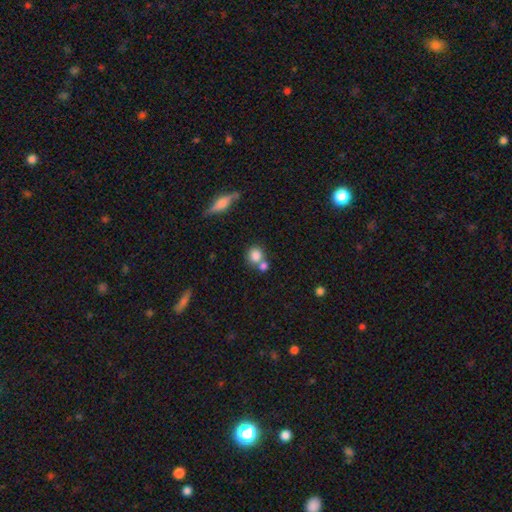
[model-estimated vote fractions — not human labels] Smooth or featured: smooth — 81% (star or artifact — 10%)
How rounded: round — 80% (in between — 19%)
Merging: none — 51% (merger — 36%)